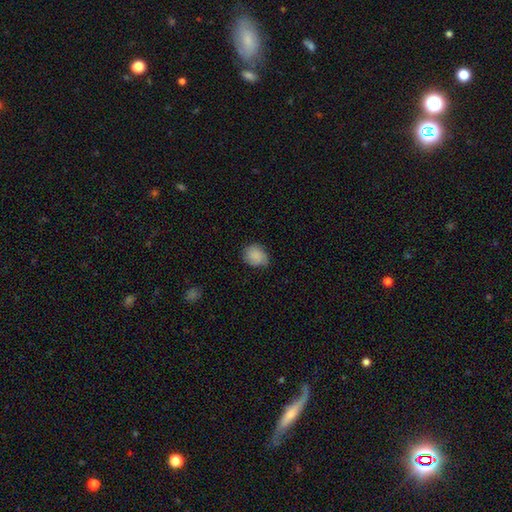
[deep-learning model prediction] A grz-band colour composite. It shows a smooth galaxy with no disk features (86%) that is round (66%). Merging: none (69%).